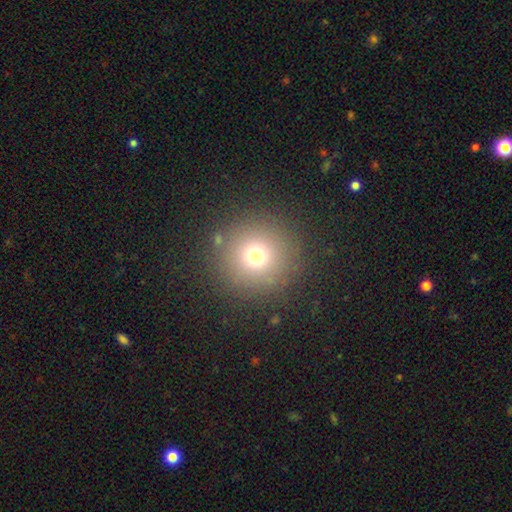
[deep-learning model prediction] smooth_or_featured: smooth (p=0.72) [alt: star or artifact p=0.18]
how_rounded: round (p=0.96) [alt: in between p=0.04]
merging: none (p=0.87) [alt: minor disturbance p=0.07]